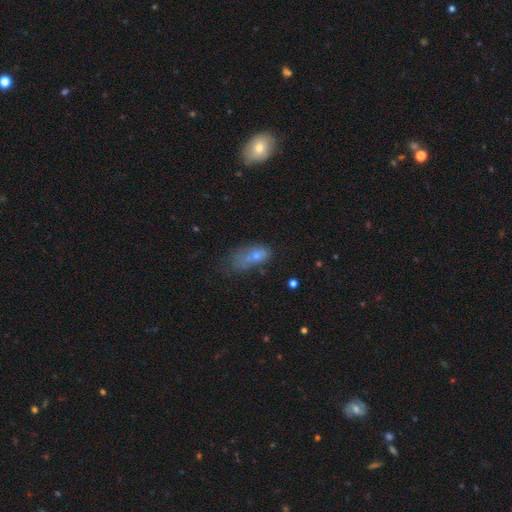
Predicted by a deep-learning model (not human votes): Smooth or featured?
  - smooth: 59% *
  - featured or disk: 24%
  - star or artifact: 17%
How rounded?
  - in between: 80% *
  - cigar-shaped: 11%
  - round: 9%
Merging?
  - major disturbance: 32% *
  - minor disturbance: 27%
  - none: 26%
  - merger: 15%